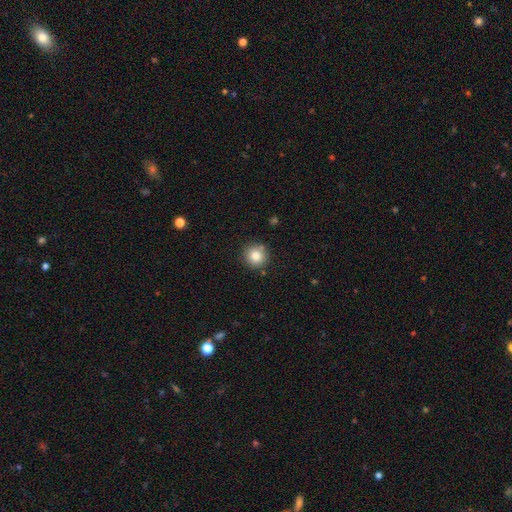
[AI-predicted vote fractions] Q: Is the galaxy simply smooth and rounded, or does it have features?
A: smooth — 82%.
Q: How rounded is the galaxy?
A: round — 94%.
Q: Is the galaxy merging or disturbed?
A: none — 86%.